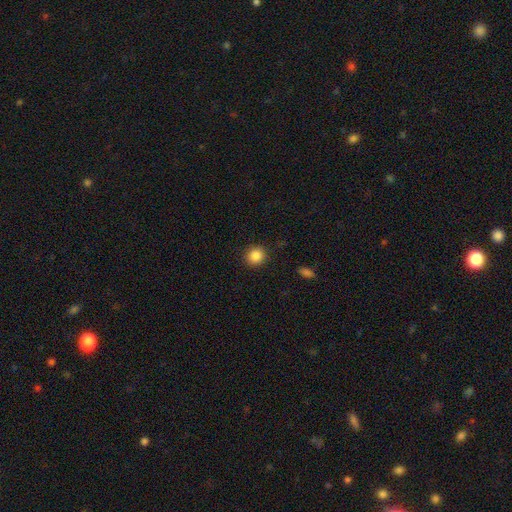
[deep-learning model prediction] Morphology: type=smooth (87%); roundness=round (89%); merging=none (90%).